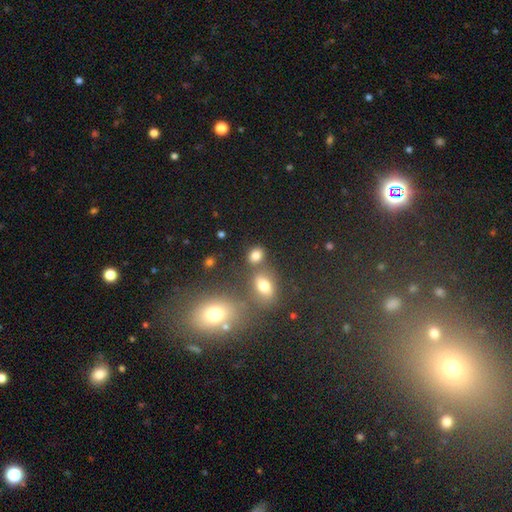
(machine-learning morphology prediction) smooth-or-featured: smooth: 78% | star or artifact: 14% | featured or disk: 7%
  how-rounded: in between: 51% | round: 47% | cigar-shaped: 2%
  merging: none: 64% | merger: 19% | minor disturbance: 12% | major disturbance: 5%